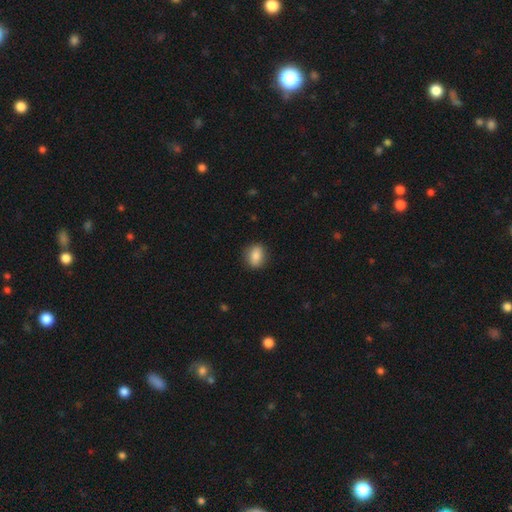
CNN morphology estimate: Smooth or featured: smooth — 84% (featured or disk — 8%)
How rounded: in between — 57% (round — 41%)
Merging: none — 87% (minor disturbance — 10%)